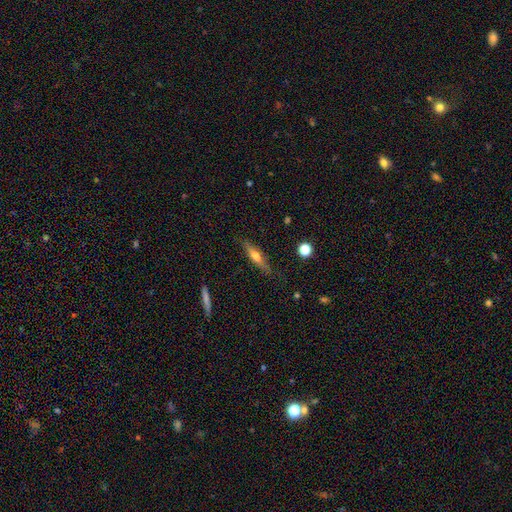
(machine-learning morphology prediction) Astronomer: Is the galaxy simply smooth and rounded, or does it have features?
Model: featured or disk — 51% (runner-up: smooth, 42%).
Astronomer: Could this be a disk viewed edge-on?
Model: yes — 91%.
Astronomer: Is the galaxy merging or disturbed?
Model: none — 84%.